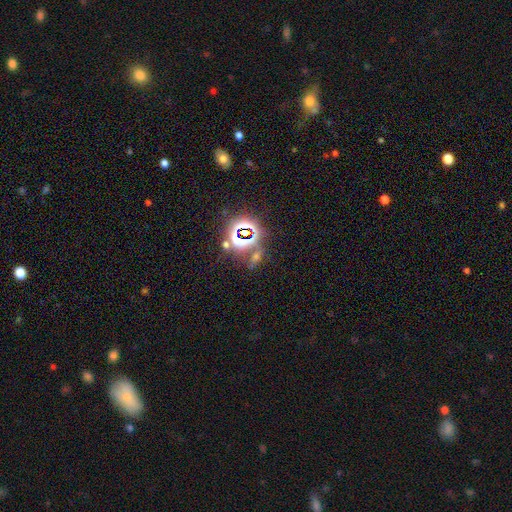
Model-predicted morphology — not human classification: star or artifact 70%, smooth 18%, featured or disk 11%.